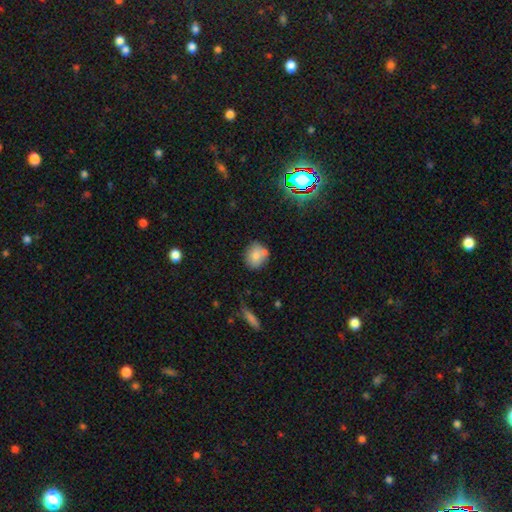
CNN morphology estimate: Q: Smooth or featured?
A: smooth (78%); runner-up: featured or disk (12%)
Q: How rounded?
A: round (67%); runner-up: in between (32%)
Q: Merging?
A: none (63%); runner-up: minor disturbance (16%)